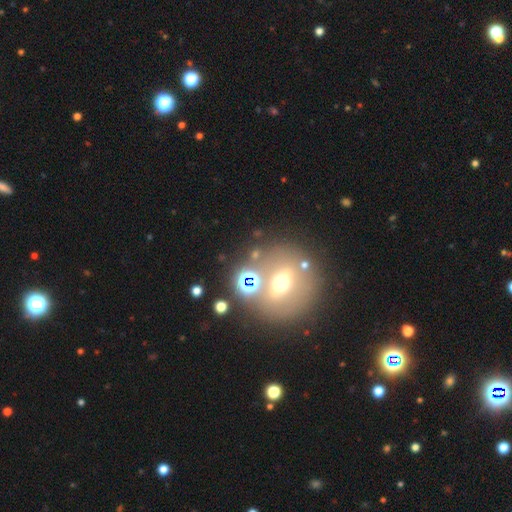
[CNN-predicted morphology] Smooth or featured: smooth — 35% (star or artifact — 33%)
Merging: none — 71% (merger — 12%)